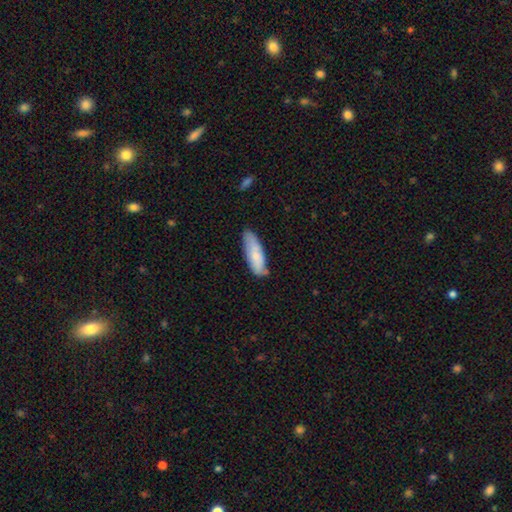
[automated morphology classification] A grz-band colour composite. It shows a smooth galaxy with no disk features (71%) that is in between round and cigar-shaped (60%). Merging: none (64%).